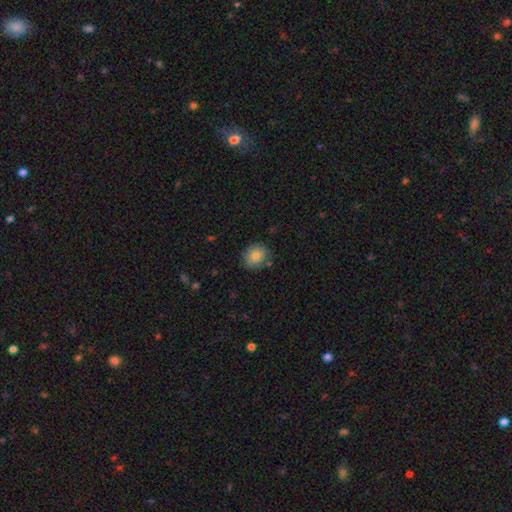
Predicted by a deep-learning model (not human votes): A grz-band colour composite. It shows a smooth galaxy with no disk features (81%) that is round (66%). Merging: none (80%).